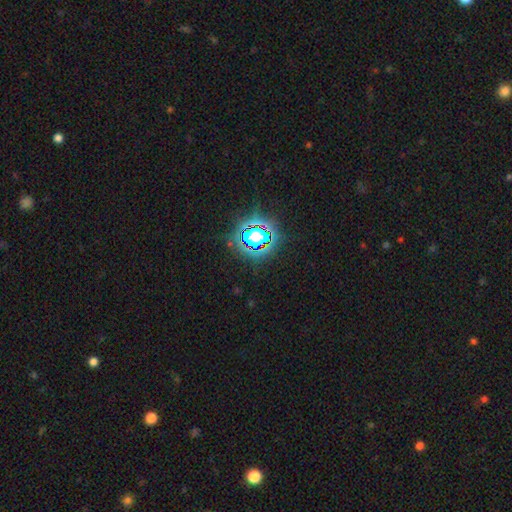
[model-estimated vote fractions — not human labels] star or artifact 79%, smooth 12%, featured or disk 8%.